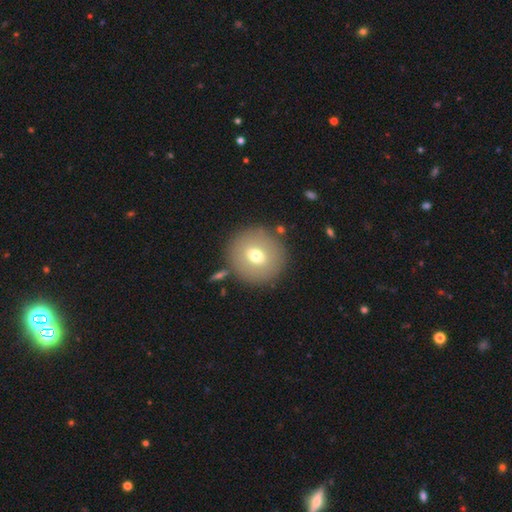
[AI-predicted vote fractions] Smooth or featured? Predicted: smooth (p=0.67). How rounded? Predicted: round (p=0.91). Merging? Predicted: none (p=0.85).